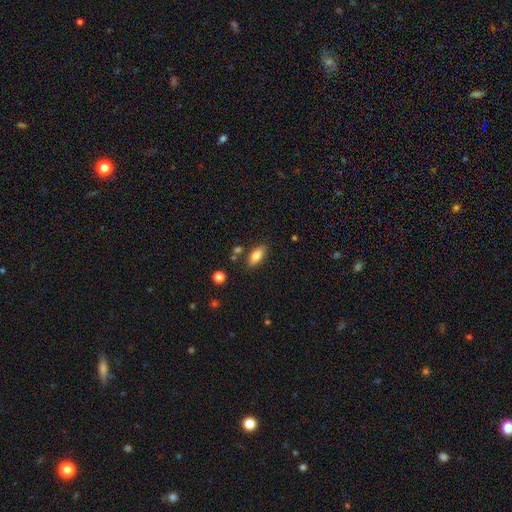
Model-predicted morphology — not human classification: Q: Smooth or featured?
A: smooth (76%); runner-up: featured or disk (17%)
Q: How rounded?
A: in between (79%); runner-up: cigar-shaped (17%)
Q: Merging?
A: none (80%); runner-up: minor disturbance (12%)